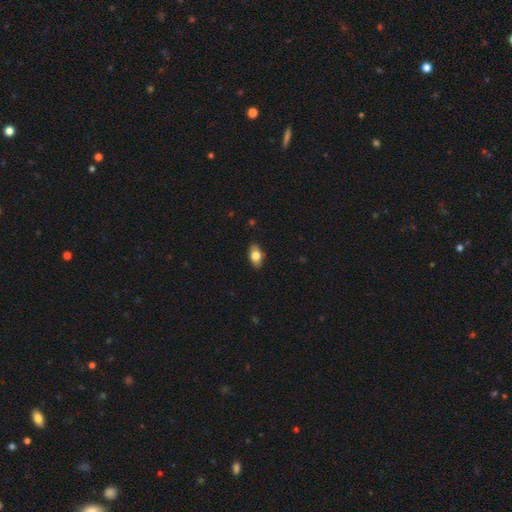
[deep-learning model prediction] Smooth or featured?
  - smooth: 77% *
  - featured or disk: 16%
  - star or artifact: 7%
How rounded?
  - in between: 89% *
  - round: 7%
  - cigar-shaped: 4%
Merging?
  - none: 87% *
  - minor disturbance: 10%
  - major disturbance: 2%
  - merger: 1%